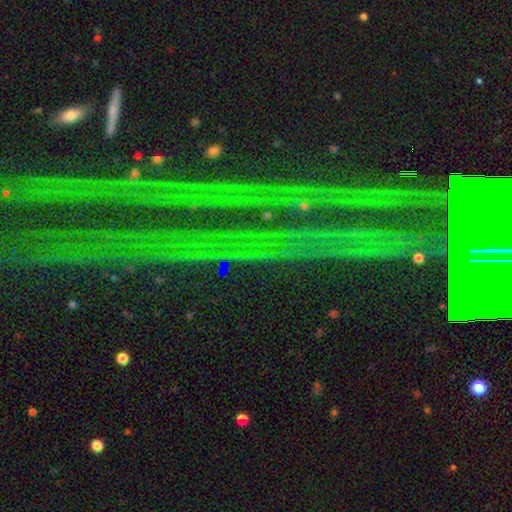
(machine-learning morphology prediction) smooth_or_featured: star or artifact (p=0.83) [alt: featured or disk p=0.09]